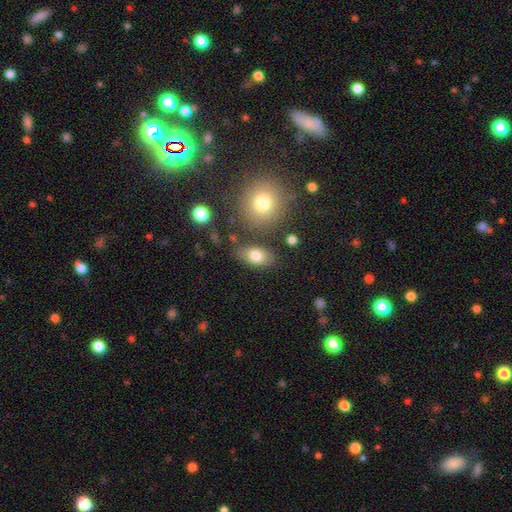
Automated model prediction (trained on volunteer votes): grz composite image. It shows a smooth galaxy with no disk features (79%) that is in between round and cigar-shaped (86%). Merging: none (75%).